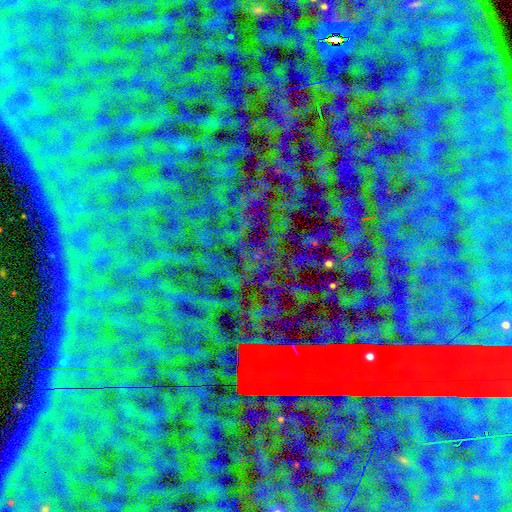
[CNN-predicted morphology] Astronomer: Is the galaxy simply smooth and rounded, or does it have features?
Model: star or artifact — 87%.